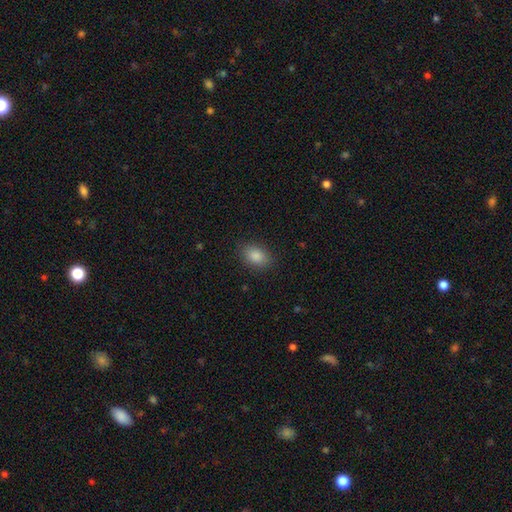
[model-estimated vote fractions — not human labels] Smooth or featured: smooth — 85% (star or artifact — 10%)
How rounded: in between — 80% (round — 19%)
Merging: none — 88% (minor disturbance — 9%)